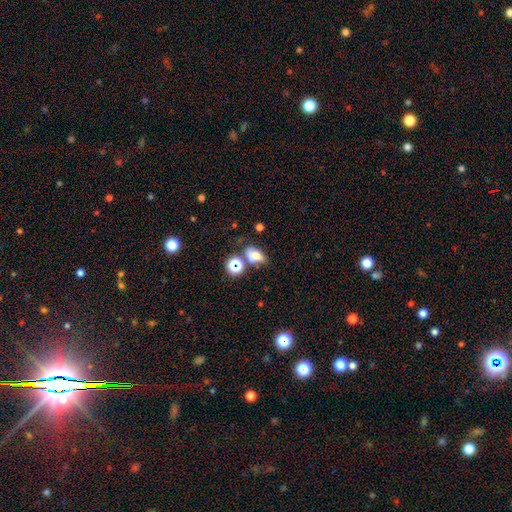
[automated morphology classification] This appears to be a smooth galaxy with no disk features (68%) that is in between round and cigar-shaped (81%). Merging: none (59%).